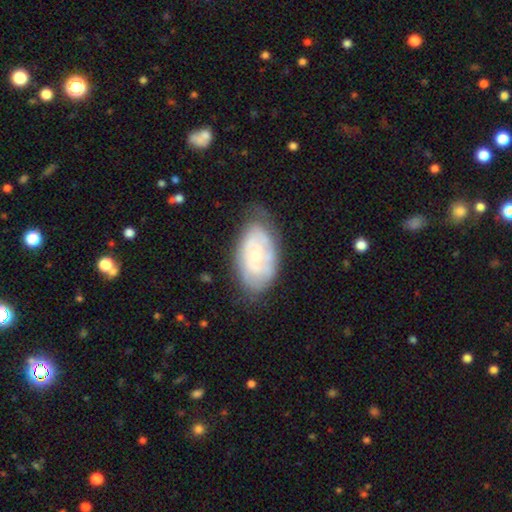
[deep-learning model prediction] This appears to be a featured or disk galaxy (65%) with no bar (77%), spiral arms (72%) and a small central bulge (58%). Merging: none (63%).